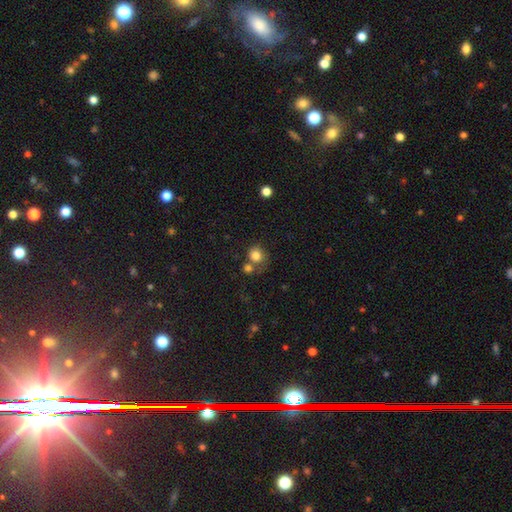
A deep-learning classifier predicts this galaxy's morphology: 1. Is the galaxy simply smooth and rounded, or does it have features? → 81% smooth, 10% star or artifact, 9% featured or disk.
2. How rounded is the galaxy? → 81% round, 18% in between, 1% cigar-shaped.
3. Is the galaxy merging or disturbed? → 49% none, 31% merger, 13% minor disturbance, 7% major disturbance.